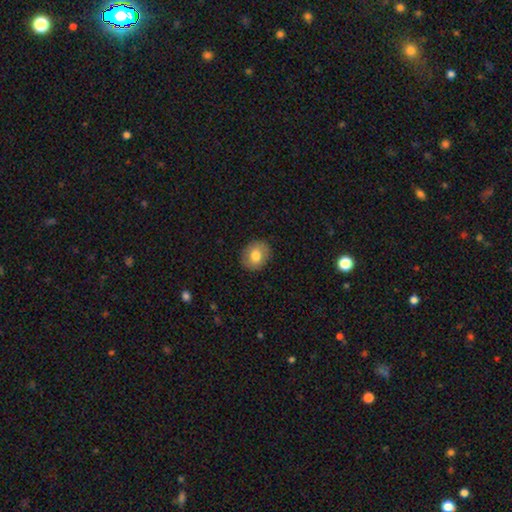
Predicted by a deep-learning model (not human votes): smooth_or_featured: smooth (p=0.76) [alt: featured or disk p=0.16]
how_rounded: round (p=0.63) [alt: in between p=0.37]
merging: none (p=0.88) [alt: minor disturbance p=0.09]